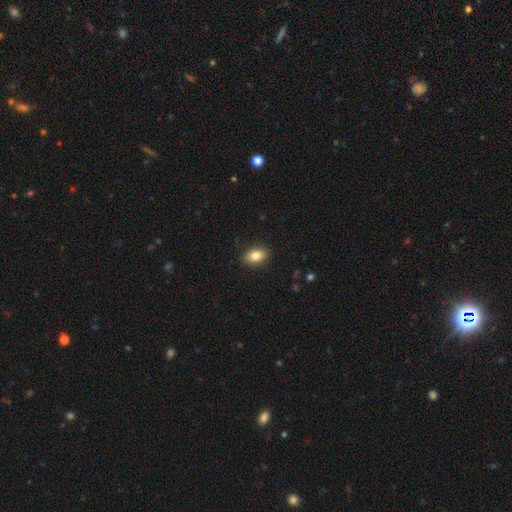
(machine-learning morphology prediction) Q: Smooth or featured?
A: smooth (83%); runner-up: featured or disk (9%)
Q: How rounded?
A: in between (88%); runner-up: round (10%)
Q: Merging?
A: none (89%); runner-up: minor disturbance (8%)